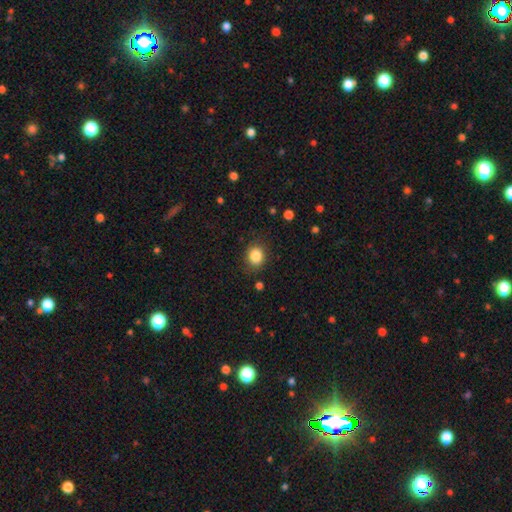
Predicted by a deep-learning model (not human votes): smooth_or_featured: smooth (p=0.85) [alt: star or artifact p=0.10]
how_rounded: round (p=0.73) [alt: in between p=0.26]
merging: none (p=0.84) [alt: minor disturbance p=0.11]